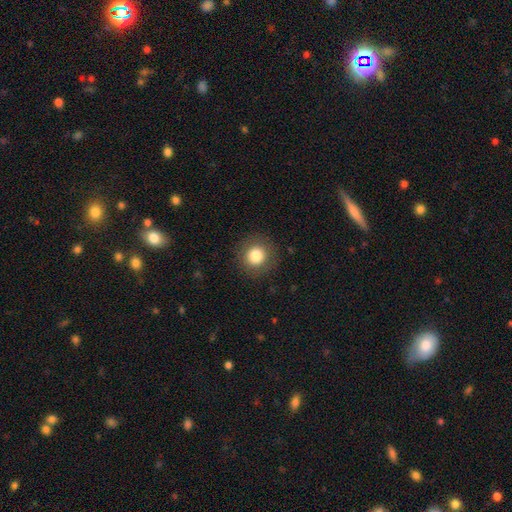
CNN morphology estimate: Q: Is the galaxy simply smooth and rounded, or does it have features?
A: smooth — 81%.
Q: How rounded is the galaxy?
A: round — 93%.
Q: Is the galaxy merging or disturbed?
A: none — 90%.